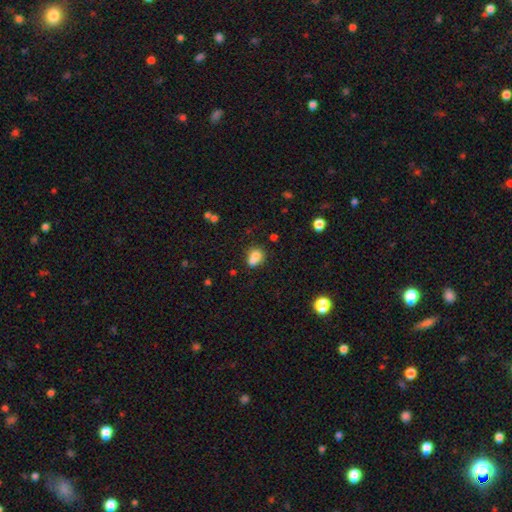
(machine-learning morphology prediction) Smooth or featured? smooth (74%)
How rounded? round (54%)
Merging? merger (52%)